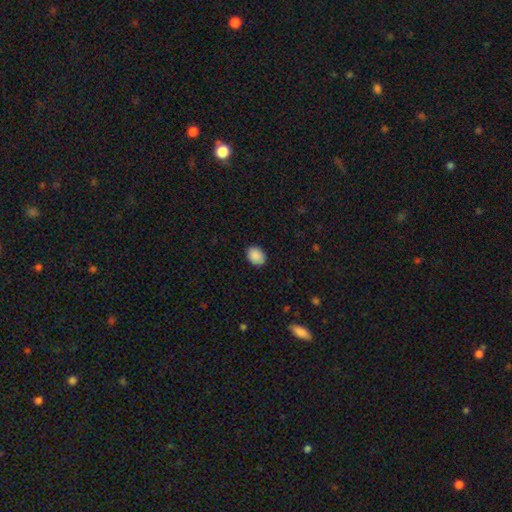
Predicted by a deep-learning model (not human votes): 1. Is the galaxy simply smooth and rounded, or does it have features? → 90% smooth, 8% star or artifact, 2% featured or disk.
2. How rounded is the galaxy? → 68% in between, 31% round, 1% cigar-shaped.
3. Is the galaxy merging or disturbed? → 88% none, 9% minor disturbance, 2% major disturbance, 1% merger.